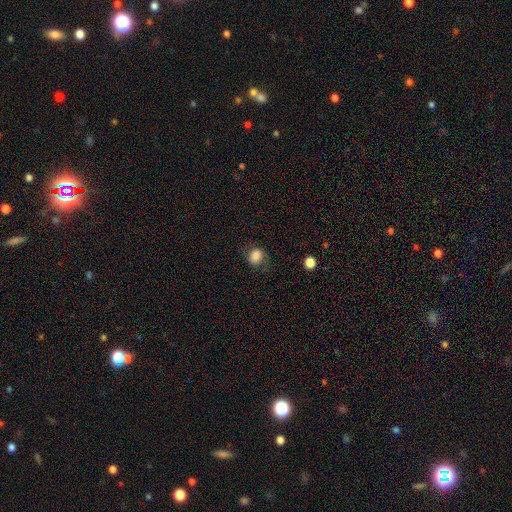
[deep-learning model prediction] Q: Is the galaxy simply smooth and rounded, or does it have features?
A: smooth — 74%.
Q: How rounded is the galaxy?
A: round — 64%.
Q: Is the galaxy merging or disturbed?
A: none — 68%.